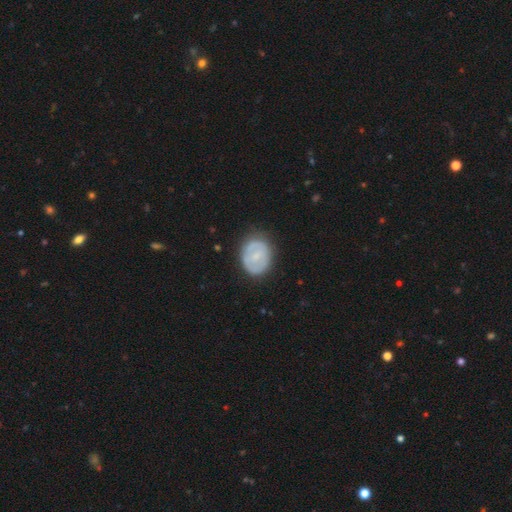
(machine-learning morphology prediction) Overall: featured or disk (47%, tied with smooth). Merging: none (76%).